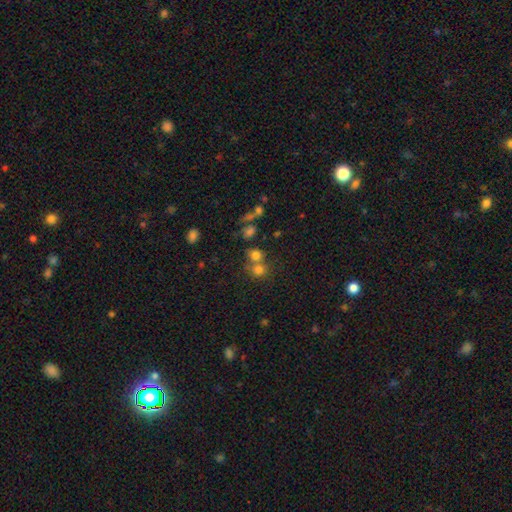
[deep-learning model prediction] Smooth or featured: smooth — 72% (star or artifact — 17%)
How rounded: round — 78% (in between — 21%)
Merging: none — 45% (merger — 44%)